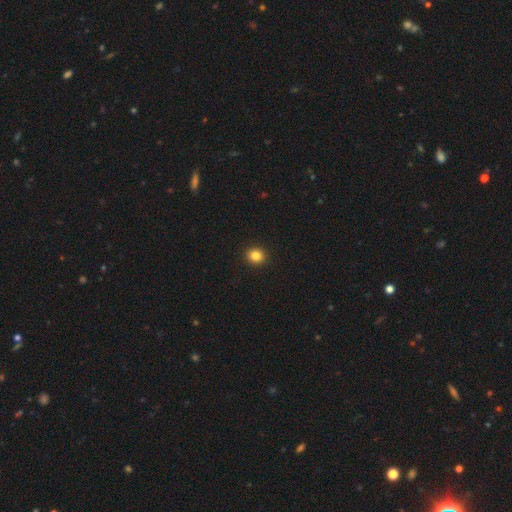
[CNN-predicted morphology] A smooth galaxy with no disk features (84%) that is round (86%).

Vote fractions:
- Smooth or featured? smooth: 84% / star or artifact: 11% / featured or disk: 5%
- How rounded? round: 86% / in between: 13% / cigar-shaped: 1%
- Merging? none: 93% / minor disturbance: 4% / major disturbance: 2% / merger: 1%